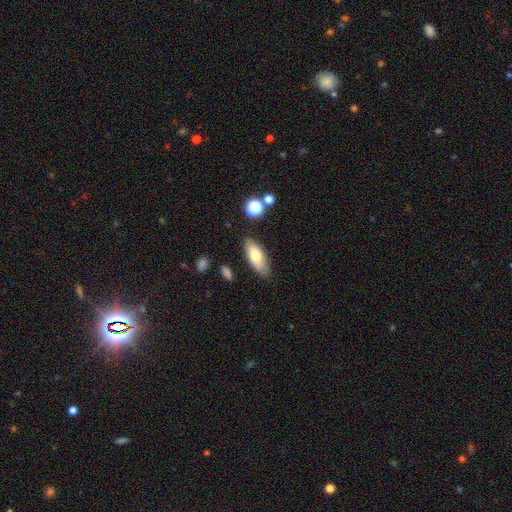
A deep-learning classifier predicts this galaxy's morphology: smooth-or-featured: smooth: 70% | featured or disk: 23% | star or artifact: 7%
  how-rounded: in between: 77% | cigar-shaped: 21% | round: 3%
  merging: none: 84% | minor disturbance: 11% | major disturbance: 2% | merger: 2%